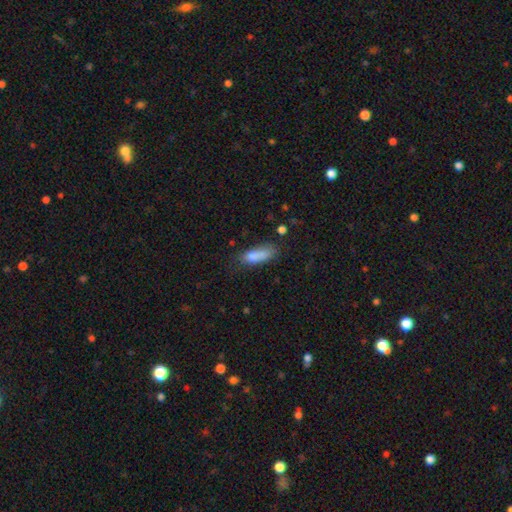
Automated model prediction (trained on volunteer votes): Q: Smooth or featured?
A: smooth (80%); runner-up: featured or disk (11%)
Q: How rounded?
A: in between (64%); runner-up: cigar-shaped (33%)
Q: Merging?
A: none (49%); runner-up: minor disturbance (28%)